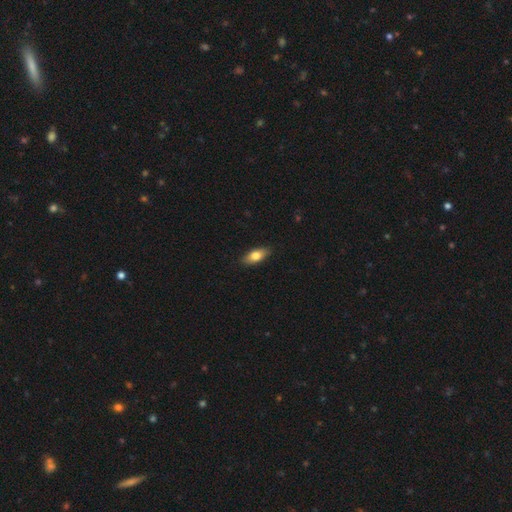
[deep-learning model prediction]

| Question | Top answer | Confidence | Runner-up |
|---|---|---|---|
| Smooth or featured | smooth | 75% | featured or disk (18%) |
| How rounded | in between | 81% | cigar-shaped (15%) |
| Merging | none | 88% | minor disturbance (9%) |